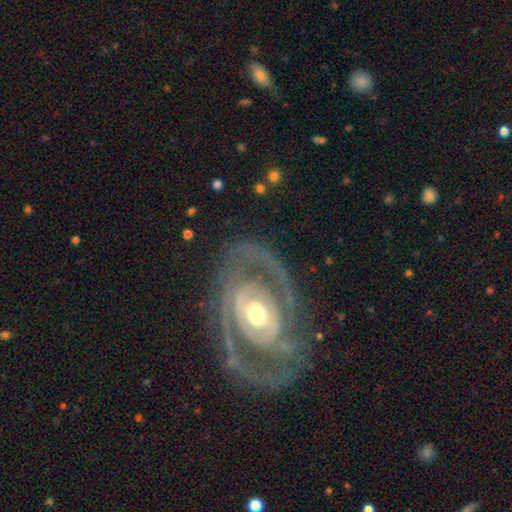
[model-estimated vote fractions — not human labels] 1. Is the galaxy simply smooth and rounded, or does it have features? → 87% featured or disk, 8% smooth, 5% star or artifact.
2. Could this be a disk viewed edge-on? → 96% no, 4% yes.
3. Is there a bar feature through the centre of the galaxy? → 53% no, 28% weak, 19% strong.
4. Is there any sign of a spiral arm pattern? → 84% yes, 16% no.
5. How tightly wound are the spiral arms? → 46% tight, 41% medium, 13% loose.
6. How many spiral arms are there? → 77% 2, 10% can't tell, 5% 1, 5% 3, 2% 4, 2% more than 4.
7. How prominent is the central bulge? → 64% moderate, 23% small, 10% large, 1% dominant, 1% none.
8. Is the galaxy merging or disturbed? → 77% none, 13% minor disturbance, 9% major disturbance, 1% merger.